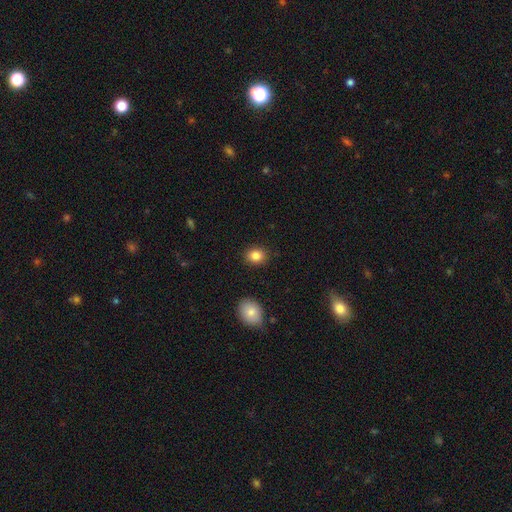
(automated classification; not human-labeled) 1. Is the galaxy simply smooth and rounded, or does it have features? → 85% smooth, 9% star or artifact, 5% featured or disk.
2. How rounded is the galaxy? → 54% round, 45% in between, 1% cigar-shaped.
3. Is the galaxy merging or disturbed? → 89% none, 7% minor disturbance, 2% major disturbance, 2% merger.